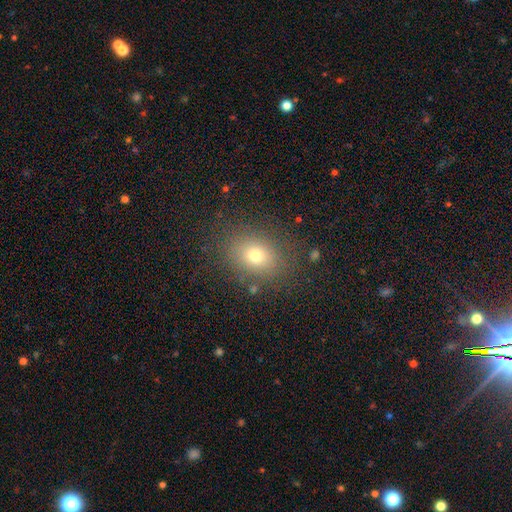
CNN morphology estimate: Smooth or featured? smooth (72%)
How rounded? in between (51%)
Merging? none (84%)